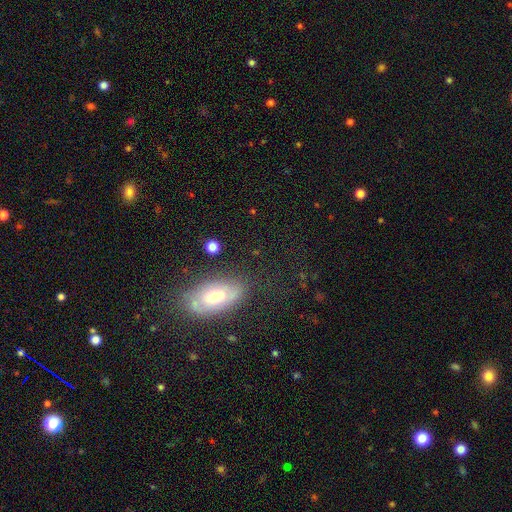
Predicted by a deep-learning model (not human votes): Q: Smooth or featured?
A: smooth (62%); runner-up: featured or disk (20%)
Q: How rounded?
A: in between (86%); runner-up: round (7%)
Q: Merging?
A: none (78%); runner-up: minor disturbance (13%)